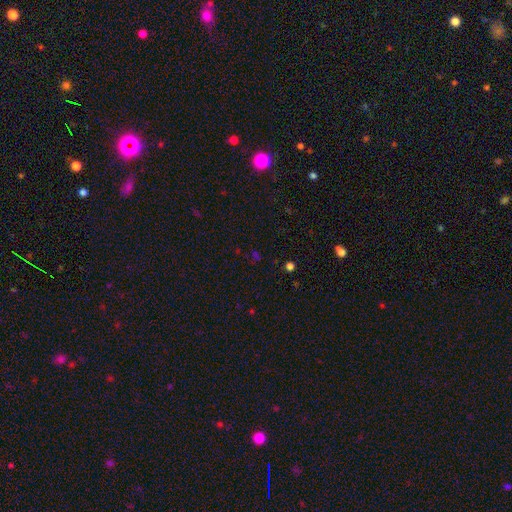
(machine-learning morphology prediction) Overall: star or artifact (57%; smooth 35%).